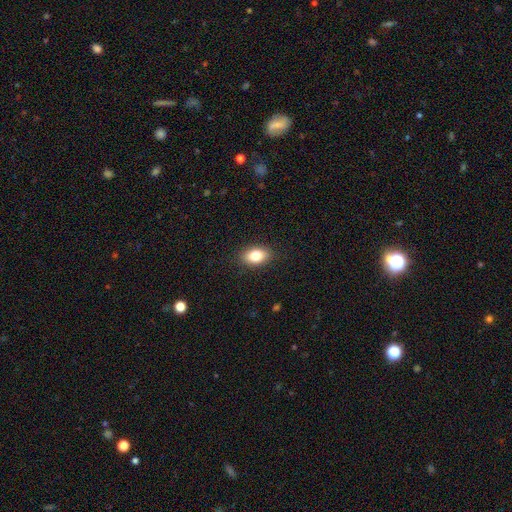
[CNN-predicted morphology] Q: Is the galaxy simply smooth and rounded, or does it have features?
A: smooth — 80%.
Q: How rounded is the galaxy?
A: in between — 85%.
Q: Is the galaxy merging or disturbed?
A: none — 88%.